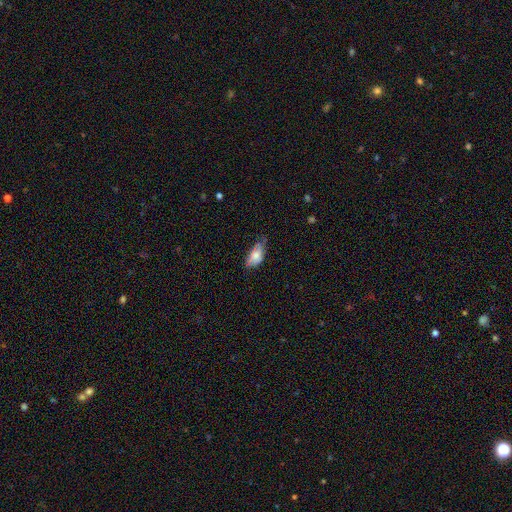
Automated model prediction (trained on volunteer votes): Morphology: type=smooth (70%); roundness=in between (90%); merging=none (42%).